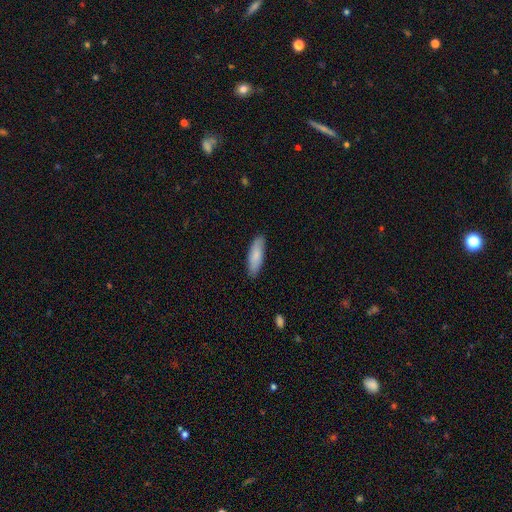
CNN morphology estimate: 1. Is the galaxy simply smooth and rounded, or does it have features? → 82% smooth, 13% featured or disk, 5% star or artifact.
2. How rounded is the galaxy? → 51% in between, 47% cigar-shaped, 2% round.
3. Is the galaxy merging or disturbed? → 87% none, 11% minor disturbance, 2% major disturbance, 1% merger.